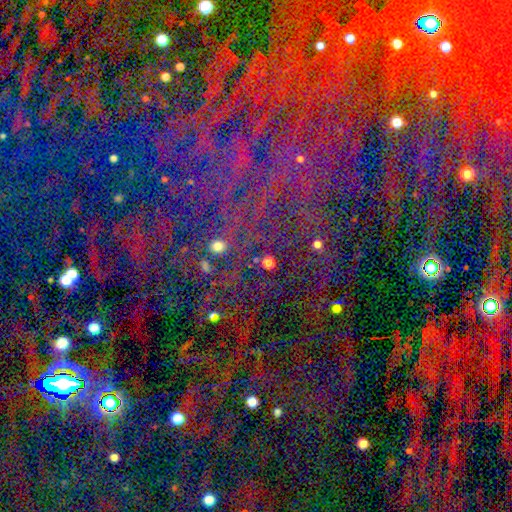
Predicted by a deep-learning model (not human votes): Morphology: type=star or artifact (80%).